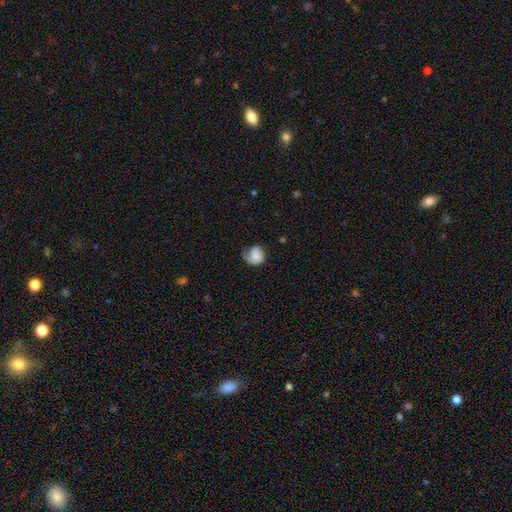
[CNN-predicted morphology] Smooth or featured: smooth — 63% (featured or disk — 30%)
How rounded: round — 69% (in between — 30%)
Merging: none — 40% (minor disturbance — 32%)